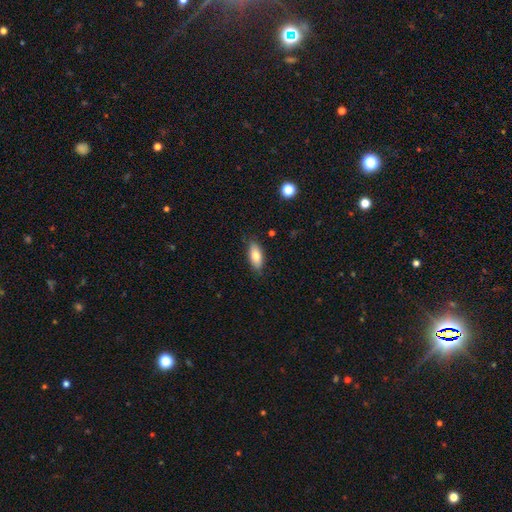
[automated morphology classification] type=smooth (79%); roundness=in between (83%); merging=none (84%).